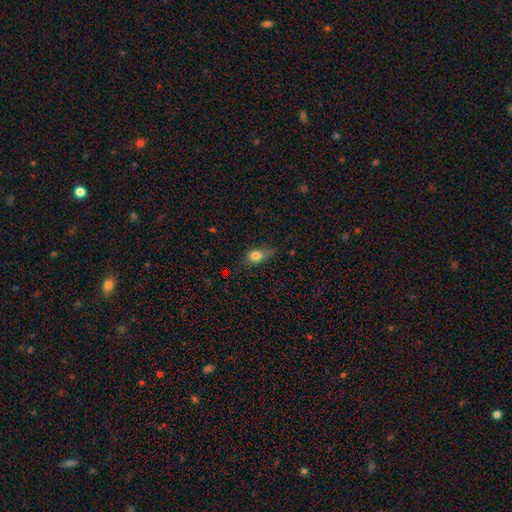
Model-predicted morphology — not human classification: Smooth or featured? Predicted: smooth (p=0.78). How rounded? Predicted: in between (p=0.61). Merging? Predicted: none (p=0.49).